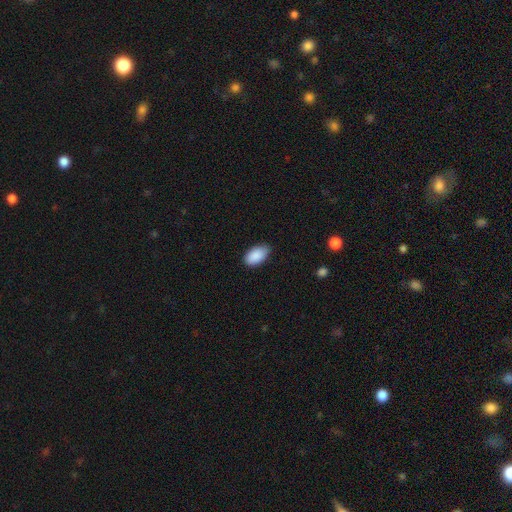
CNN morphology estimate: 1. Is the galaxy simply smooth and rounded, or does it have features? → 90% smooth, 7% star or artifact, 4% featured or disk.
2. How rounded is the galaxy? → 94% in between, 4% round, 1% cigar-shaped.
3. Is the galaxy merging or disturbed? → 75% none, 21% minor disturbance, 3% major disturbance, 1% merger.